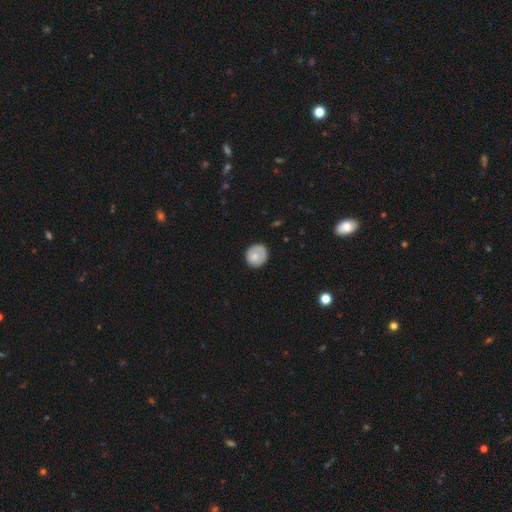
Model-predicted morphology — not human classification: smooth_or_featured: smooth (p=0.74) [alt: featured or disk p=0.19]
how_rounded: round (p=0.86) [alt: in between p=0.13]
merging: none (p=0.80) [alt: minor disturbance p=0.15]